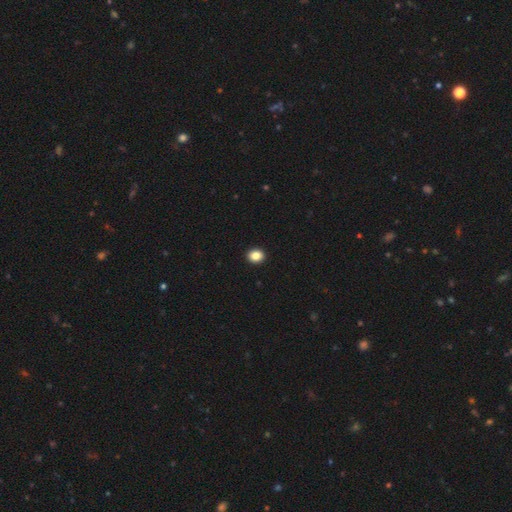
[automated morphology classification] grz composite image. It shows a smooth galaxy with no disk features (86%) that is round (68%). Merging: none (93%).